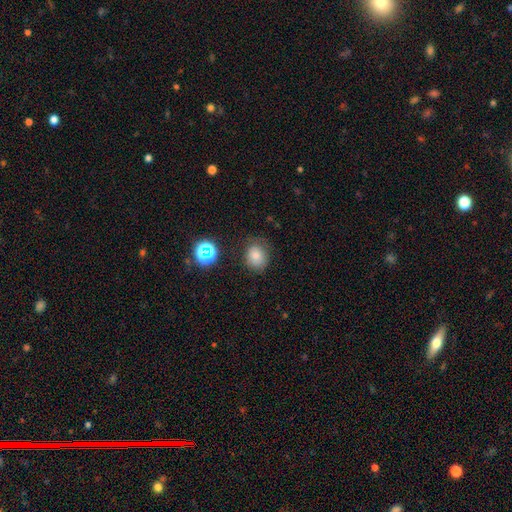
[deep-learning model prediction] Morphology: type=smooth (78%); roundness=round (65%); merging=none (72%).